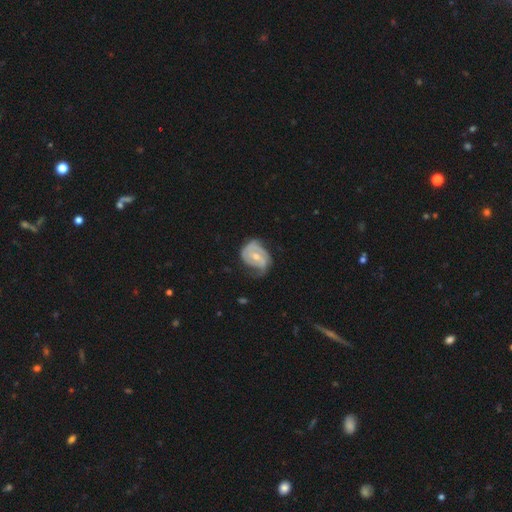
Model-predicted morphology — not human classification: Smooth or featured?
  - featured or disk: 78% *
  - smooth: 17%
  - star or artifact: 5%
Edge-on disk?
  - no: 97% *
  - yes: 3%
Bar?
  - weak: 43% *
  - no: 41%
  - strong: 15%
Spiral arms?
  - yes: 89% *
  - no: 11%
Spiral winding?
  - tight: 47% *
  - medium: 36%
  - loose: 17%
Spiral arm count?
  - 2: 51% *
  - can't tell: 21%
  - 1: 13%
  - 3: 11%
  - 4: 2%
  - more than 4: 2%
Bulge size?
  - moderate: 51% *
  - small: 45%
  - large: 1%
  - none: 1%
  - dominant: 1%
Merging?
  - none: 43% *
  - minor disturbance: 33%
  - major disturbance: 22%
  - merger: 2%